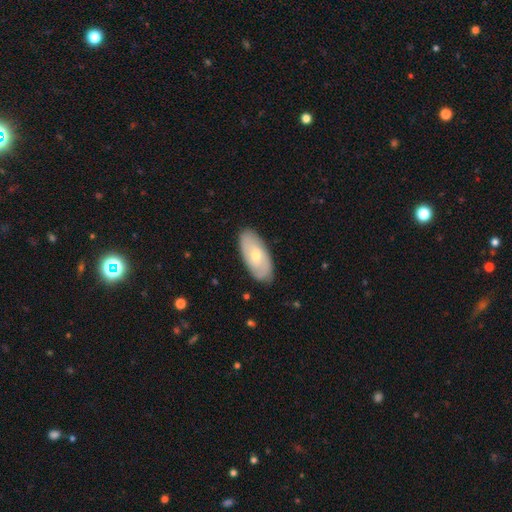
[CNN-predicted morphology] type=smooth (48%); merging=none (85%).